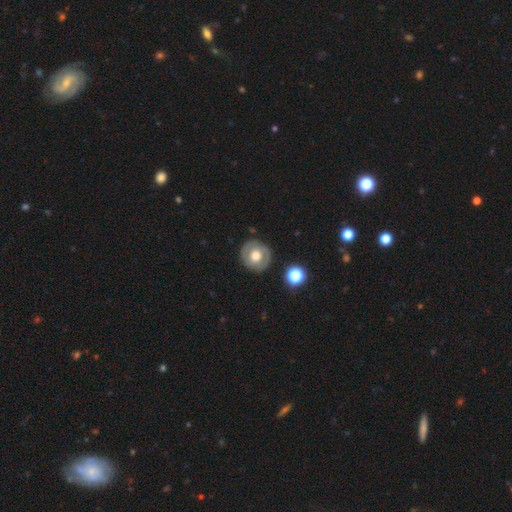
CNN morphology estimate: A smooth galaxy with no disk features (48%). Merging: none (85%).